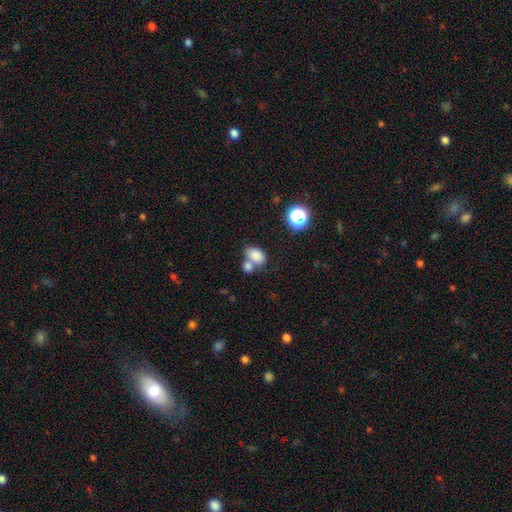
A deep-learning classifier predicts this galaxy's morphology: This appears to be a smooth galaxy with no disk features (81%) that is in between round and cigar-shaped (84%). Merging: merger (49%).